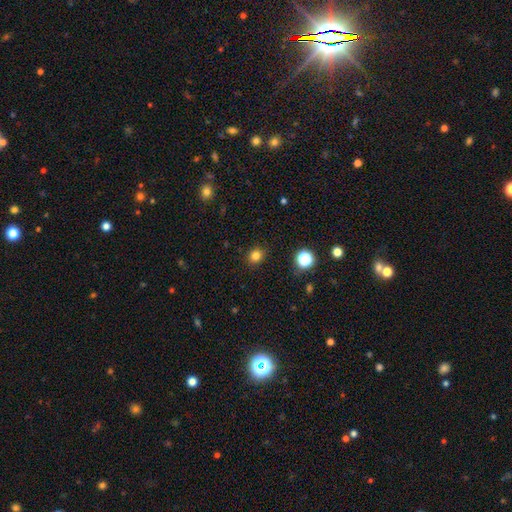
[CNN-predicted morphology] A smooth galaxy with no disk features (81%) that is round (75%). Merging: none (89%).